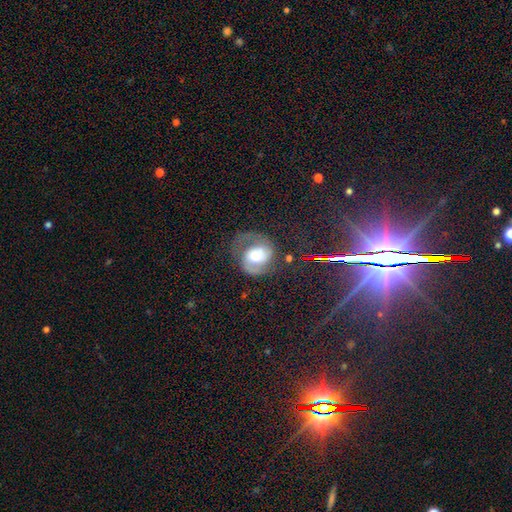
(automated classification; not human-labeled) This appears to be a featured or disk galaxy (77%) with no bar (56%), 2 (83%) medium (50%) spiral arms (93%) and a moderate central bulge (60%). Merging: none (56%).